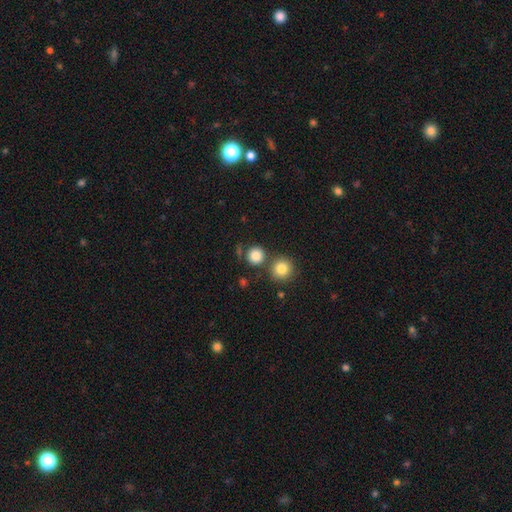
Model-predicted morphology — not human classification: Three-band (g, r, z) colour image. It shows a smooth galaxy with no disk features (83%) that is round (91%). Merging: none (74%).